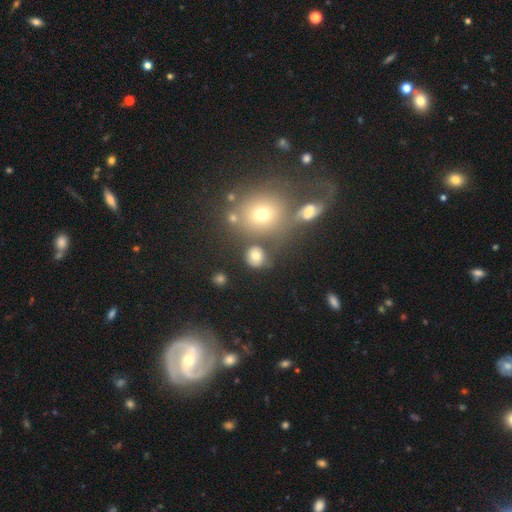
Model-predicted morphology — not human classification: This appears to be a smooth galaxy with no disk features (76%) that is round (81%). Merging: none (75%).